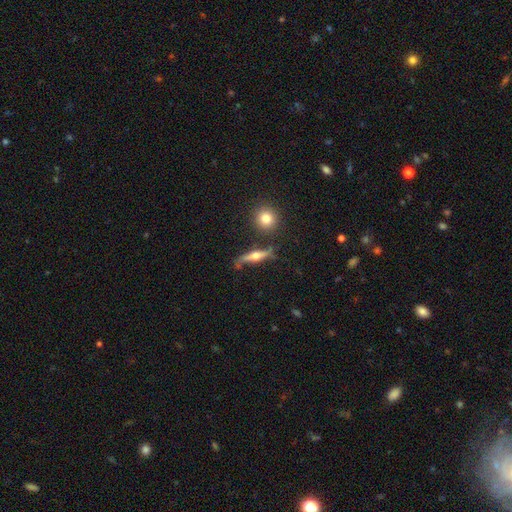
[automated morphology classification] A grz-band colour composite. It shows a featured or disk galaxy (67%) viewed edge-on (87%) with a rounded central bulge (93%). Merging: none (70%).